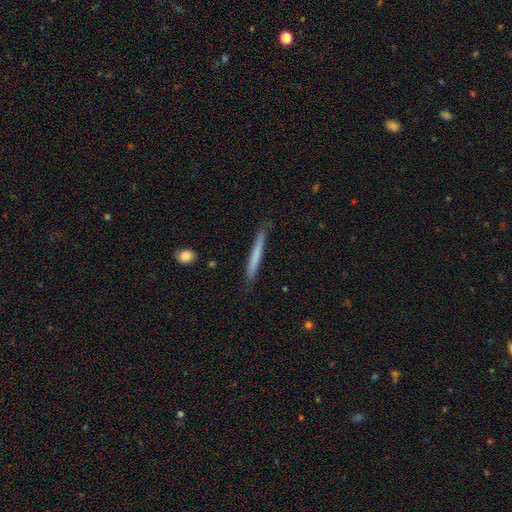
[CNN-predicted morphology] type=smooth (66%); roundness=cigar-shaped (97%); merging=none (84%).